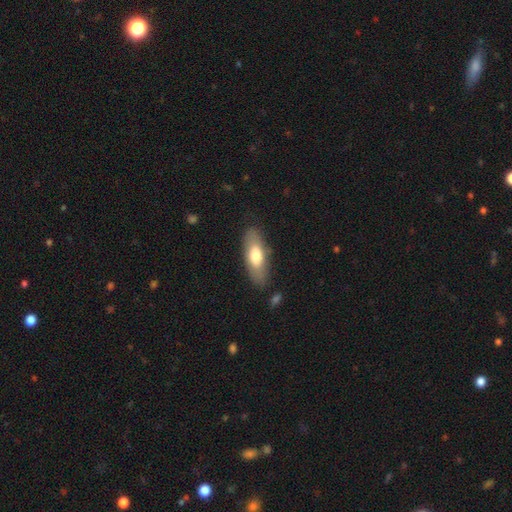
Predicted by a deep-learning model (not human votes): Smooth or featured: smooth — 68% (featured or disk — 27%)
How rounded: in between — 71% (cigar-shaped — 26%)
Merging: none — 80% (minor disturbance — 14%)